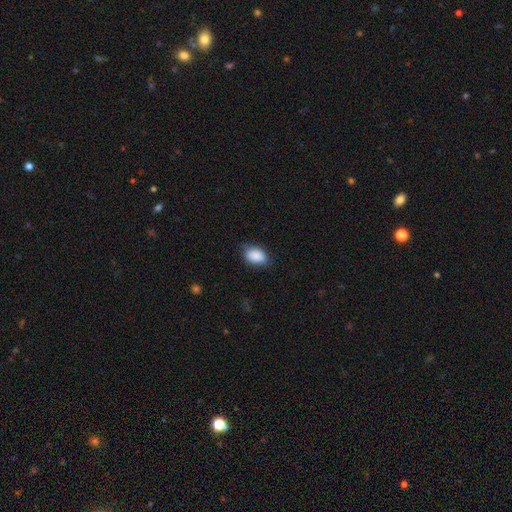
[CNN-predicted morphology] smooth_or_featured: smooth (p=0.89) [alt: star or artifact p=0.07]
how_rounded: in between (p=0.88) [alt: round p=0.11]
merging: none (p=0.76) [alt: minor disturbance p=0.19]